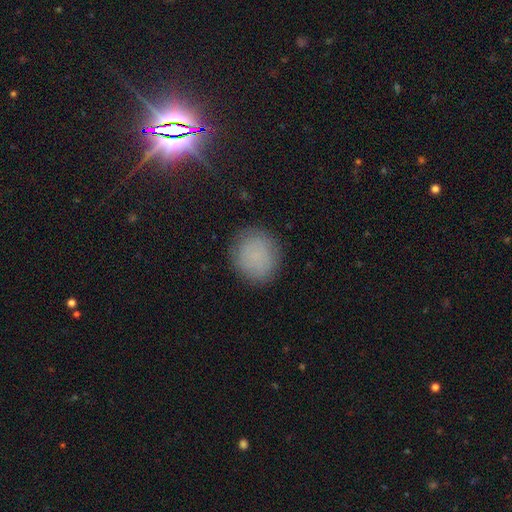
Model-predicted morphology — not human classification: Smooth or featured: smooth — 78% (star or artifact — 13%)
How rounded: round — 78% (in between — 20%)
Merging: none — 84% (minor disturbance — 11%)